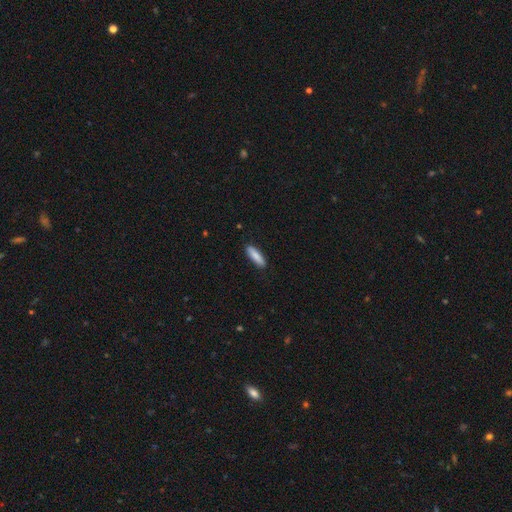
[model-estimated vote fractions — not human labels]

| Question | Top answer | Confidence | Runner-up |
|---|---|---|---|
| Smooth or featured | smooth | 85% | featured or disk (10%) |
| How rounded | cigar-shaped | 67% | in between (32%) |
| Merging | none | 89% | minor disturbance (8%) |